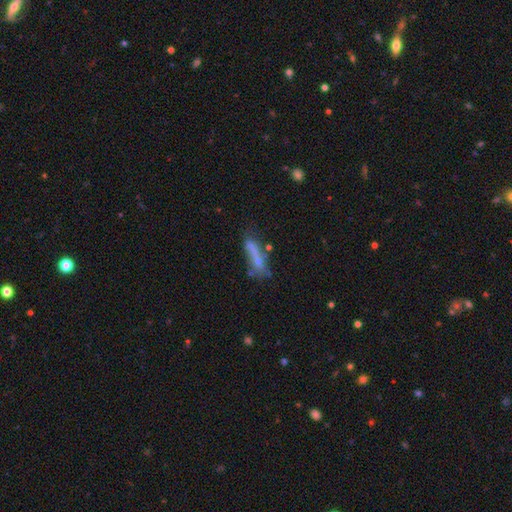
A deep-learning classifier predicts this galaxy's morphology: type=smooth (49%); merging=none (44%).